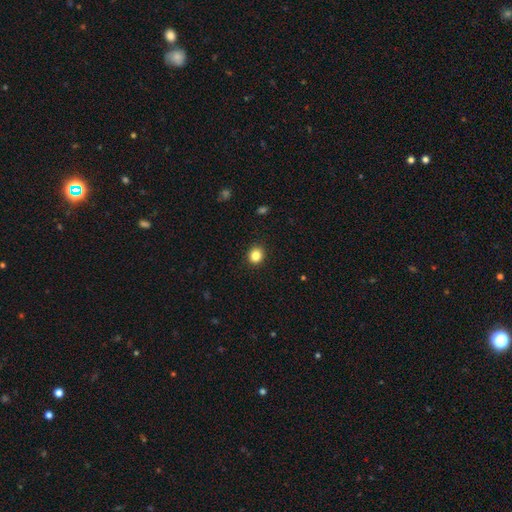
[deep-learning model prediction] smooth 84%, star or artifact 11%, featured or disk 5%. Down the decision tree: how rounded — round (82%); merging — none (92%).